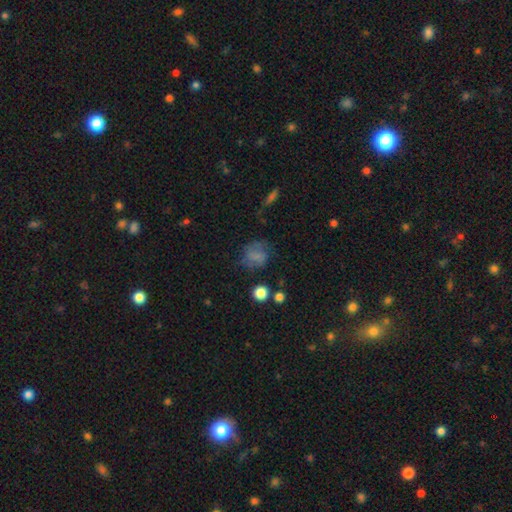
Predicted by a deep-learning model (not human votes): Overall: smooth (63%). How rounded: round (64%; in between 35%). Merging: none (56%; minor disturbance 24%).